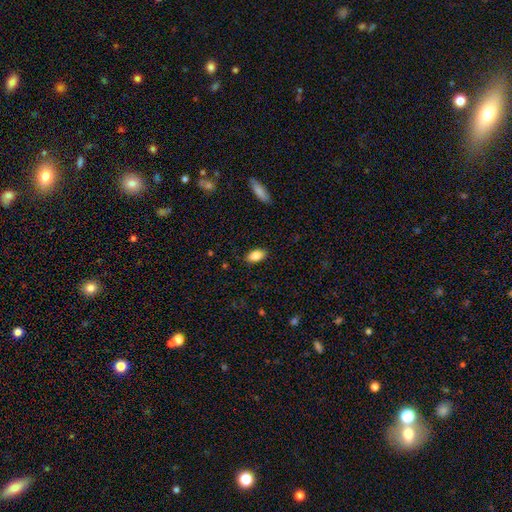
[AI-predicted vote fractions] A smooth galaxy with no disk features (85%) that is in between round and cigar-shaped (91%).

Vote fractions:
- Smooth or featured? smooth: 85% / featured or disk: 8% / star or artifact: 8%
- How rounded? in between: 91% / round: 6% / cigar-shaped: 4%
- Merging? none: 88% / minor disturbance: 9% / major disturbance: 2% / merger: 1%